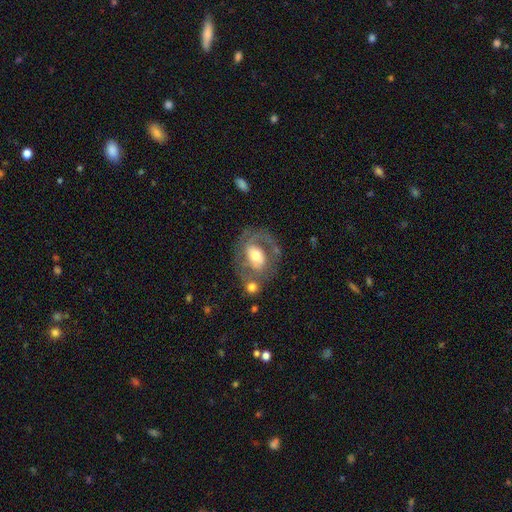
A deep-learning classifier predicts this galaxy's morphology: This appears to be a featured or disk galaxy (70%) with a weak bar (39%), spiral arms (73%) and a moderate central bulge (63%). Merging: none (52%).